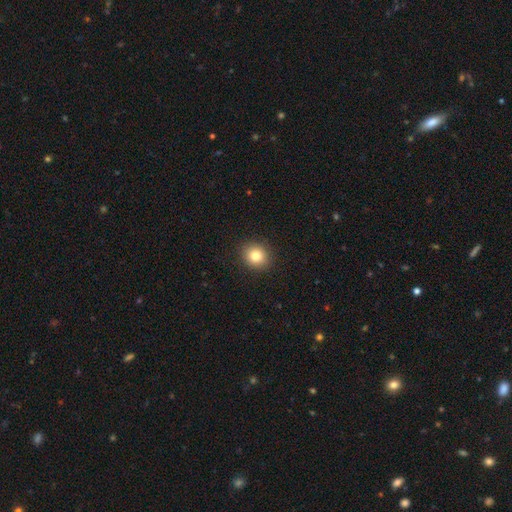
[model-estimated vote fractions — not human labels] This is clearly a smooth galaxy (81%). How rounded: likely round (79%). Merging: clearly none (91%).